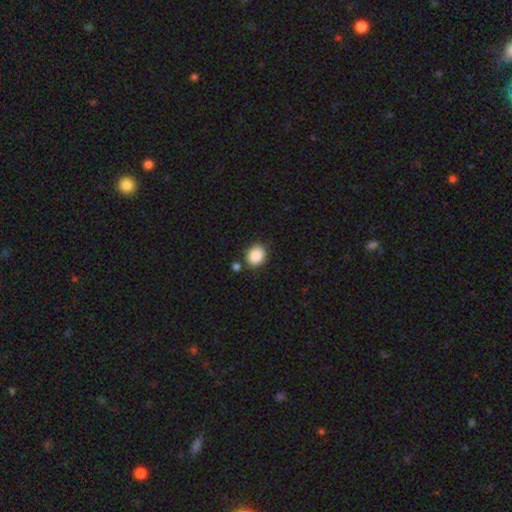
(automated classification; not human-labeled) The model was most divided on "how rounded": round: 58%, in between: 41%, cigar-shaped: 1%. More confident: smooth or featured — smooth (88%); merging — none (81%).